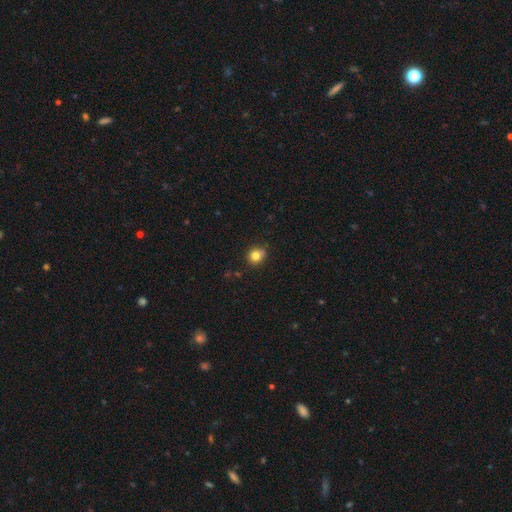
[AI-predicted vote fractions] Overall: smooth (81%). How rounded: round (79%). Merging: none (77%).